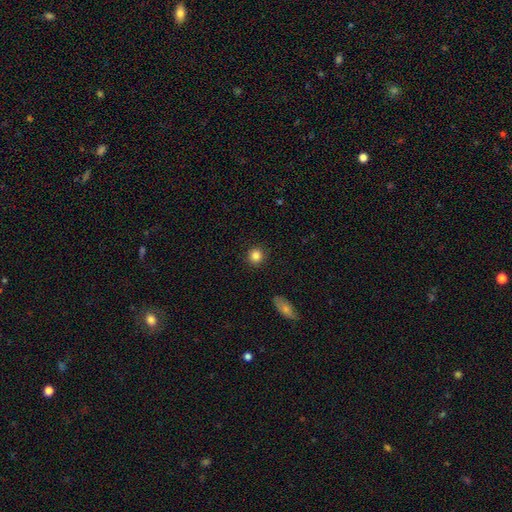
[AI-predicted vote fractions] The model was most divided on "smooth or featured": smooth: 84%, star or artifact: 11%, featured or disk: 5%. More confident: how rounded — round (93%); merging — none (91%).